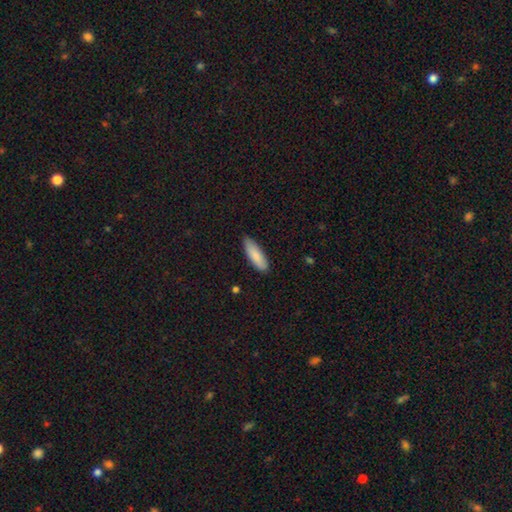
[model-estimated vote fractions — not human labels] smooth_or_featured: smooth (p=0.87) [alt: featured or disk p=0.08]
how_rounded: in between (p=0.51) [alt: cigar-shaped p=0.47]
merging: none (p=0.83) [alt: minor disturbance p=0.14]